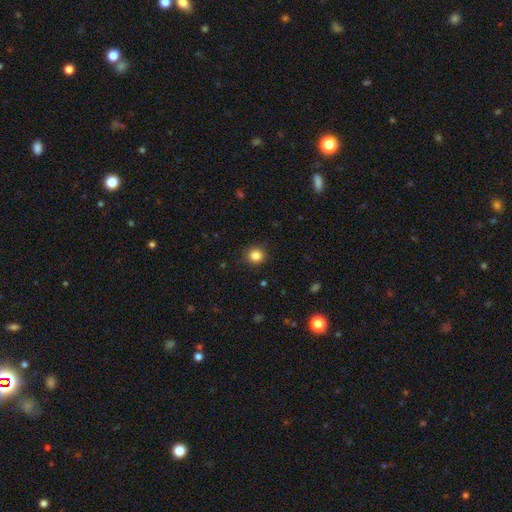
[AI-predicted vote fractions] Overall: smooth (85%). How rounded: round (91%). Merging: none (91%).